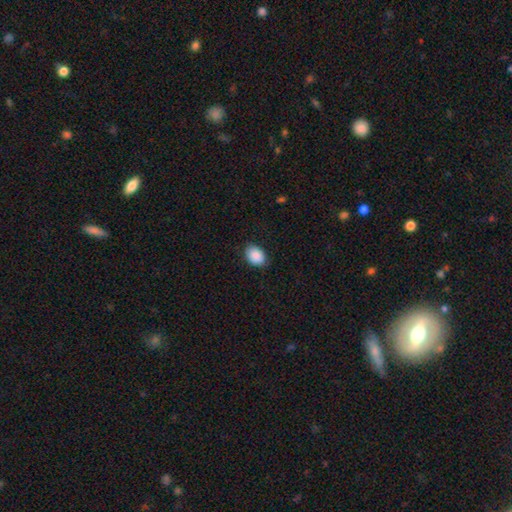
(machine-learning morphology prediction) Smooth or featured: smooth — 89% (star or artifact — 7%)
How rounded: in between — 72% (round — 27%)
Merging: none — 83% (minor disturbance — 13%)